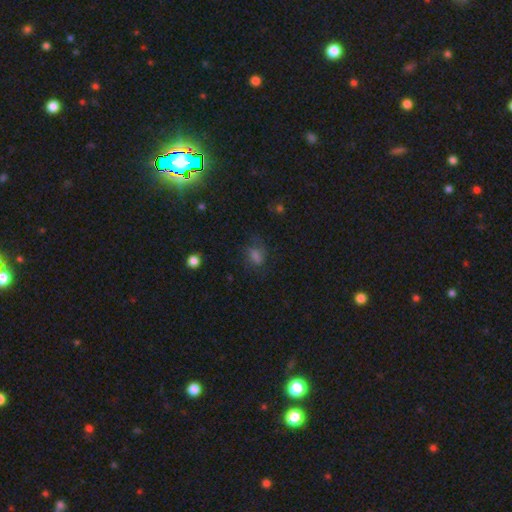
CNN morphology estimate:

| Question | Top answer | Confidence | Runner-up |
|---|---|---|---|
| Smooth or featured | smooth | 53% | star or artifact (28%) |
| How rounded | in between | 69% | round (27%) |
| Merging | none | 57% | minor disturbance (23%) |